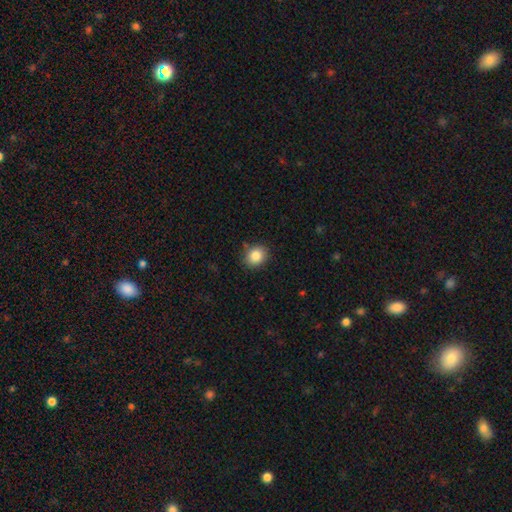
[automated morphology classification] The model was most divided on "how rounded": round: 62%, in between: 37%, cigar-shaped: 1%. More confident: smooth or featured — smooth (86%); merging — none (85%).